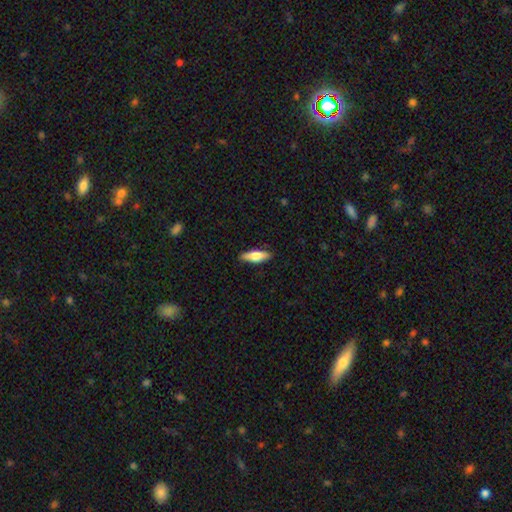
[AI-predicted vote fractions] smooth 62%, featured or disk 32%, star or artifact 6%. Down the decision tree: how rounded — in between (51%); merging — none (88%).